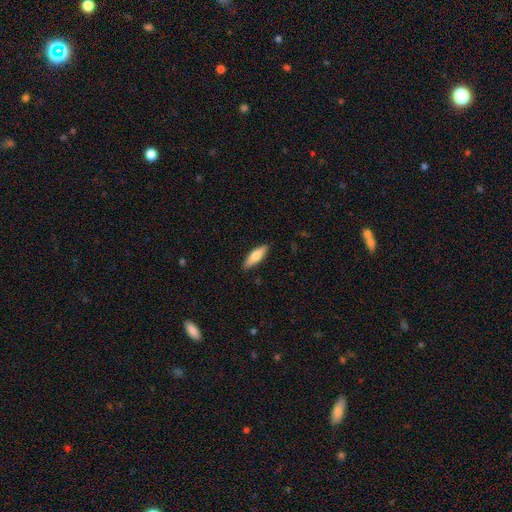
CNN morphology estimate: smooth-or-featured: smooth: 71% | featured or disk: 24% | star or artifact: 6%
  how-rounded: cigar-shaped: 49% (tied) | in between: 49% (tied) | round: 2%
  merging: none: 88% | minor disturbance: 9% | major disturbance: 2% | merger: 1%